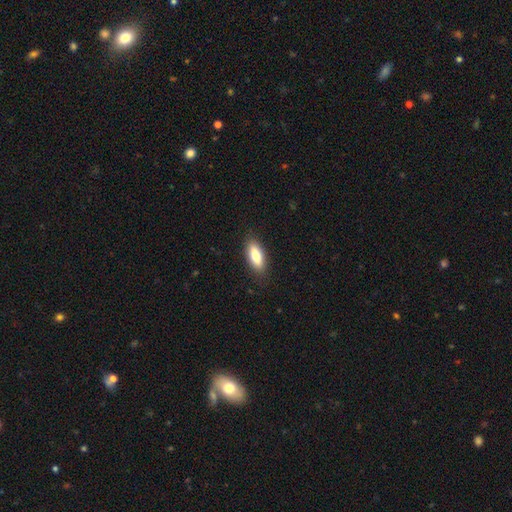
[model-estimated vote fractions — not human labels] Q: Smooth or featured?
A: smooth (78%); runner-up: featured or disk (16%)
Q: How rounded?
A: in between (74%); runner-up: cigar-shaped (23%)
Q: Merging?
A: none (86%); runner-up: minor disturbance (10%)